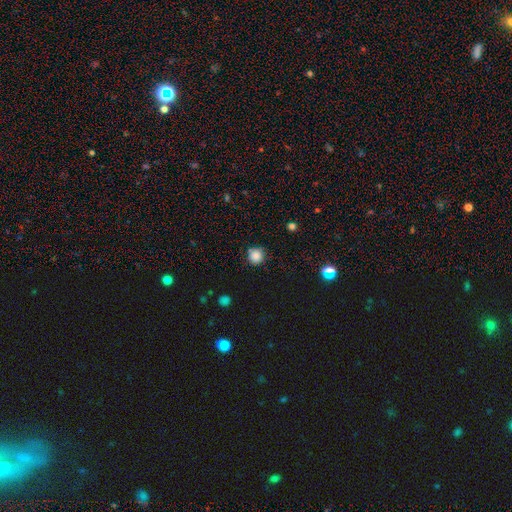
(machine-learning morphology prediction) Smooth or featured: smooth — 84% (star or artifact — 12%)
How rounded: round — 94% (in between — 5%)
Merging: none — 84% (minor disturbance — 11%)